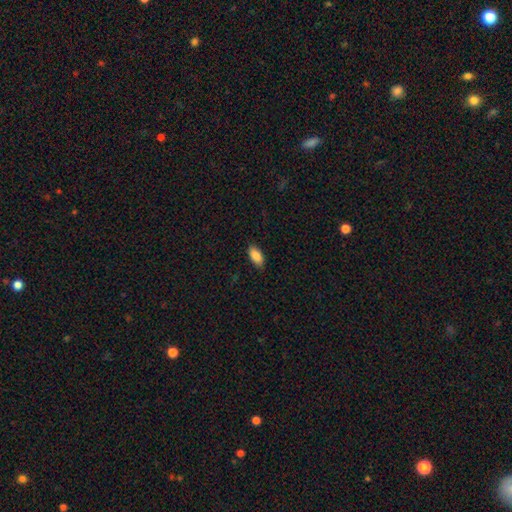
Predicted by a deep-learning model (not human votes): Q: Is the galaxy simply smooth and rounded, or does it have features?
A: smooth — 87%.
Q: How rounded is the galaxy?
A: in between — 91%.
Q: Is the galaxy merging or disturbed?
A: none — 86%.